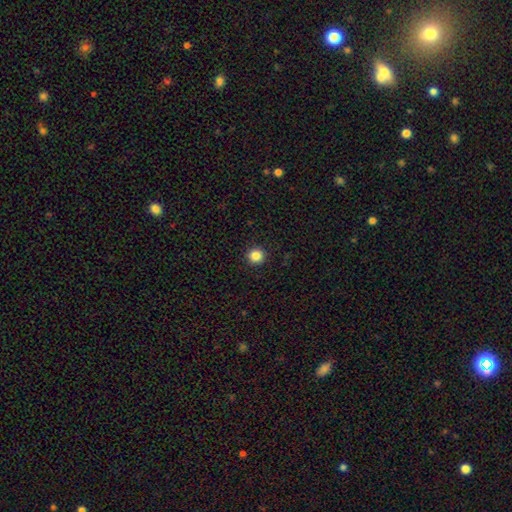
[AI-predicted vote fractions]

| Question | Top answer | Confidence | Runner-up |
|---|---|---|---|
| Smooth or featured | smooth | 85% | star or artifact (11%) |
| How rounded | round | 95% | in between (4%) |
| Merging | none | 93% | minor disturbance (5%) |